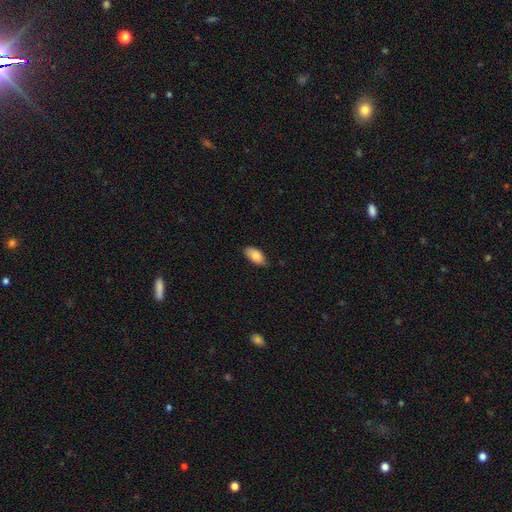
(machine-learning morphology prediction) A smooth galaxy with no disk features (85%) that is in between round and cigar-shaped (93%).

Vote fractions:
- Smooth or featured? smooth: 85% / featured or disk: 8% / star or artifact: 7%
- How rounded? in between: 93% / cigar-shaped: 3% / round: 3%
- Merging? none: 74% / minor disturbance: 22% / major disturbance: 3% / merger: 1%